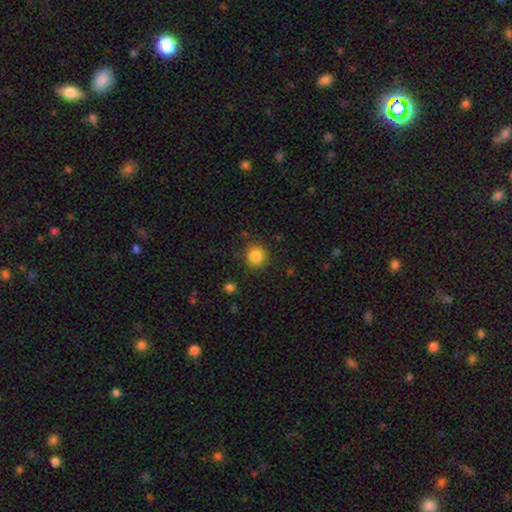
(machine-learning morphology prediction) type=smooth (84%); roundness=round (92%); merging=none (87%).